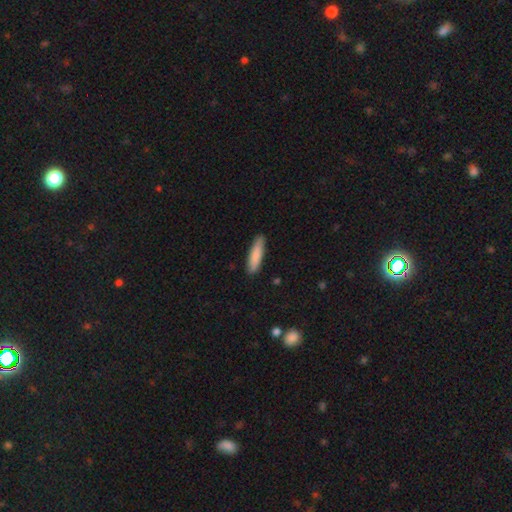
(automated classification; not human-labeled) Morphology: type=smooth (85%); roundness=cigar-shaped (76%); merging=none (86%).